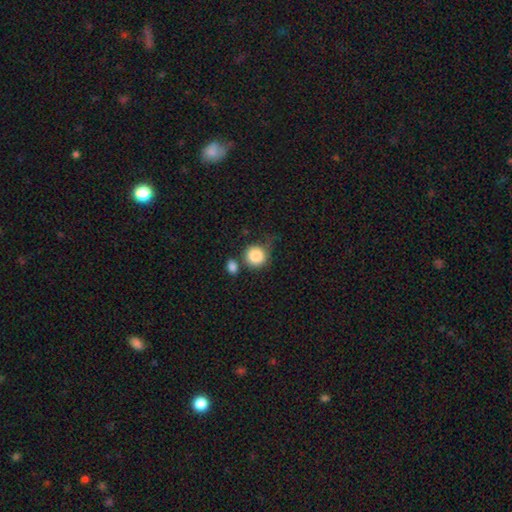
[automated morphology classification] This is clearly a smooth galaxy (85%). How rounded: clearly round (89%). Merging: possibly none (56%).